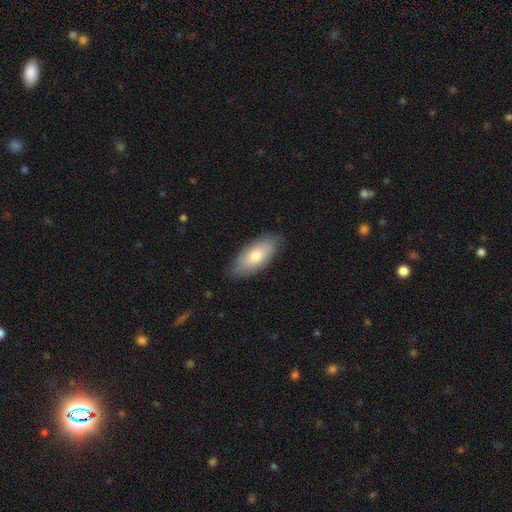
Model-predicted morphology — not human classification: smooth_or_featured: smooth (p=0.71) [alt: featured or disk p=0.22]
how_rounded: in between (p=0.87) [alt: cigar-shaped p=0.10]
merging: none (p=0.85) [alt: minor disturbance p=0.12]